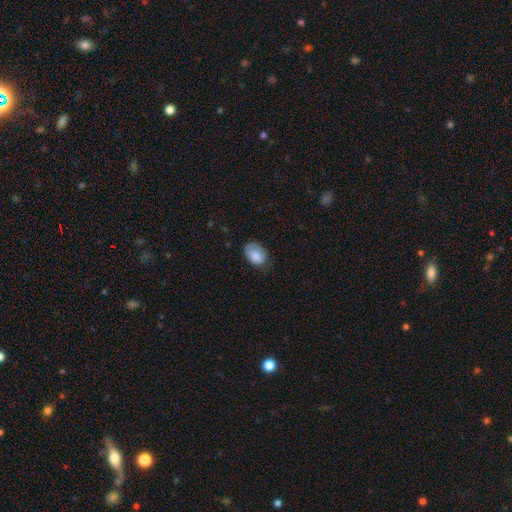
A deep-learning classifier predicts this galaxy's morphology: Smooth or featured?
  - smooth: 83% *
  - featured or disk: 10%
  - star or artifact: 7%
How rounded?
  - in between: 87% *
  - round: 12%
  - cigar-shaped: 1%
Merging?
  - none: 60% *
  - minor disturbance: 30%
  - major disturbance: 8%
  - merger: 1%